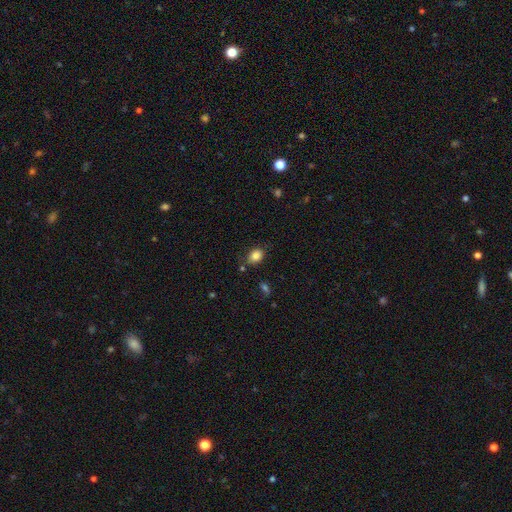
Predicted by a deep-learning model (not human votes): Q: Smooth or featured?
A: smooth (85%); runner-up: star or artifact (10%)
Q: How rounded?
A: in between (67%); runner-up: round (32%)
Q: Merging?
A: none (78%); runner-up: minor disturbance (15%)